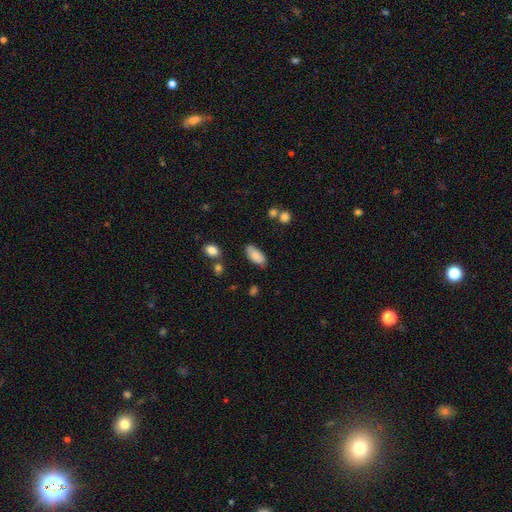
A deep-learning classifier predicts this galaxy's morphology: This appears to be a smooth galaxy with no disk features (84%) that is in between round and cigar-shaped (91%). Merging: none (74%).